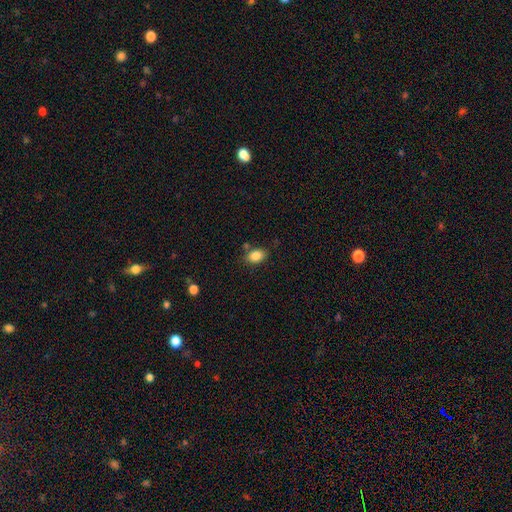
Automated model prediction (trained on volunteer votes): Q: Smooth or featured?
A: smooth (86%); runner-up: star or artifact (9%)
Q: How rounded?
A: in between (83%); runner-up: round (15%)
Q: Merging?
A: none (76%); runner-up: minor disturbance (13%)